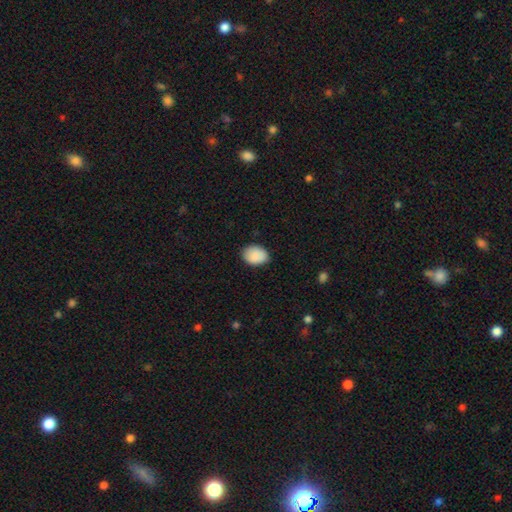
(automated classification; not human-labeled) smooth 90%, star or artifact 7%, featured or disk 4%. Down the decision tree: how rounded — in between (70%); merging — none (82%).